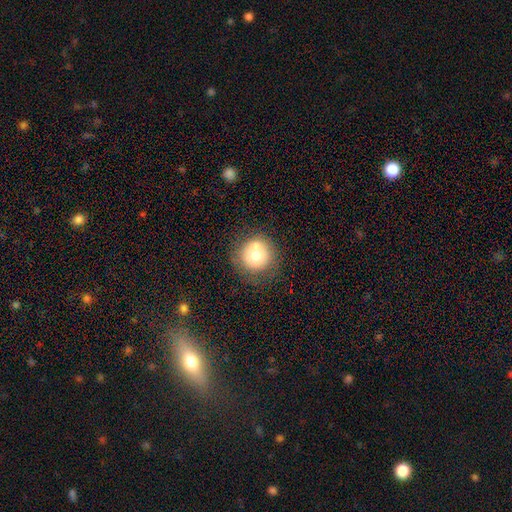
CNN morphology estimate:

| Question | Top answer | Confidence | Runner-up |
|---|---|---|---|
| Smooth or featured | smooth | 69% | featured or disk (22%) |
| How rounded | round | 93% | in between (6%) |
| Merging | none | 65% | minor disturbance (15%) |